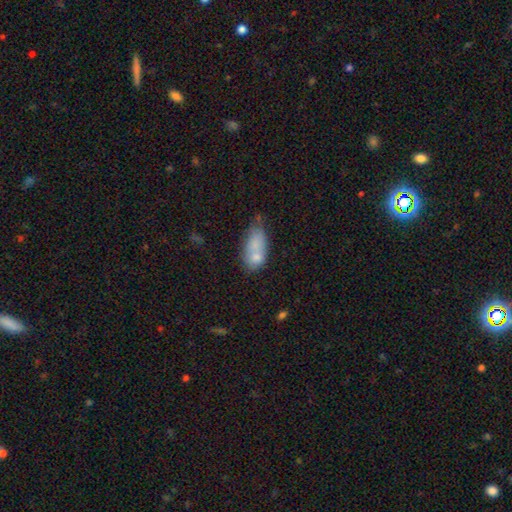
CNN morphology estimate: type=smooth (70%); roundness=in between (83%); merging=merger (37%).